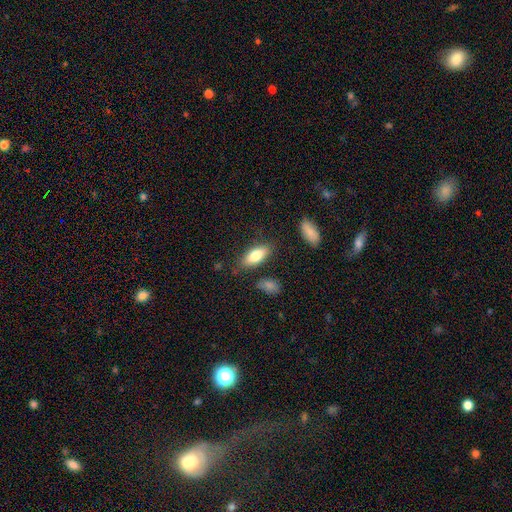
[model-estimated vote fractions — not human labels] A smooth galaxy with no disk features (79%) that is in between round and cigar-shaped (79%).

Vote fractions:
- Smooth or featured? smooth: 79% / featured or disk: 14% / star or artifact: 6%
- How rounded? in between: 79% / cigar-shaped: 19% / round: 2%
- Merging? none: 80% / minor disturbance: 13% / merger: 4% / major disturbance: 3%